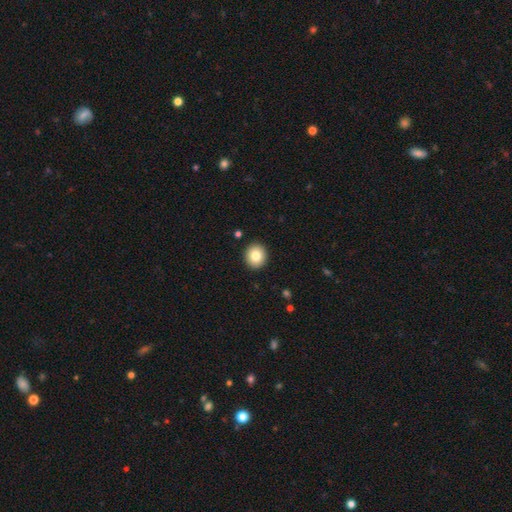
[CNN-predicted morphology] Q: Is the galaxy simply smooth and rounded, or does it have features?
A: smooth — 81%.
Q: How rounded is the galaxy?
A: round — 83%.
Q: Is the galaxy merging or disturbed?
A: none — 92%.